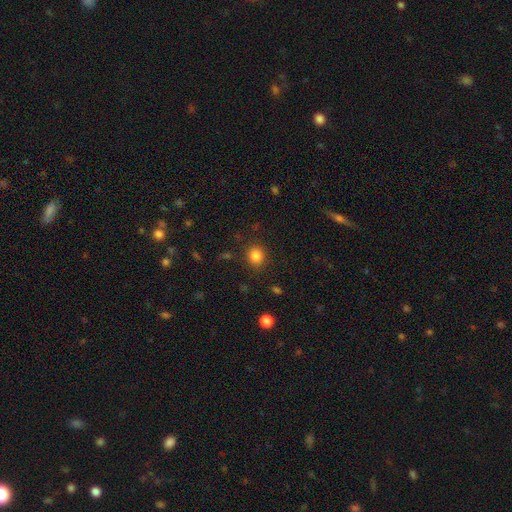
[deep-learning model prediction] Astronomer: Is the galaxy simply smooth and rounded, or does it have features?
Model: smooth — 83%.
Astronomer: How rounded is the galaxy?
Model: round — 79%.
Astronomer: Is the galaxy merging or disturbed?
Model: none — 88%.